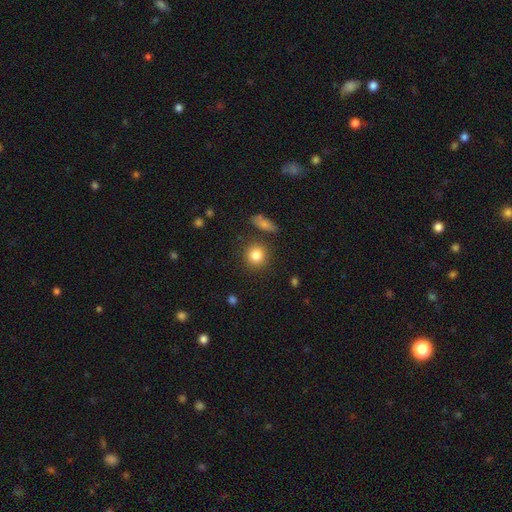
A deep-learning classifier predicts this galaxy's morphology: smooth 84%, star or artifact 9%, featured or disk 7%. Down the decision tree: how rounded — round (88%); merging — none (84%).